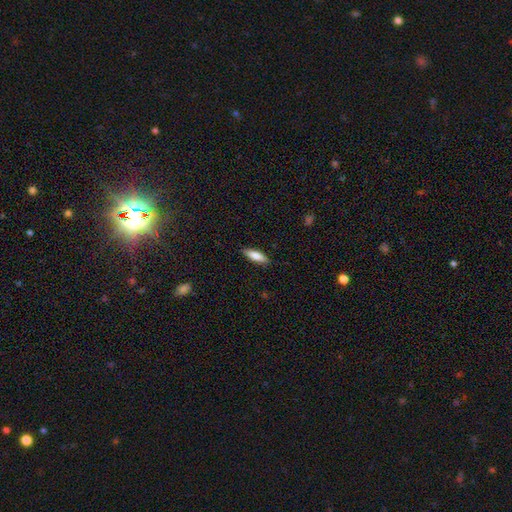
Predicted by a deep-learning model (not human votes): A smooth galaxy with no disk features (79%) that is cigar-shaped (54%).

Vote fractions:
- Smooth or featured? smooth: 79% / featured or disk: 15% / star or artifact: 6%
- How rounded? cigar-shaped: 54% / in between: 45% / round: 2%
- Merging? none: 88% / minor disturbance: 9% / major disturbance: 2% / merger: 1%